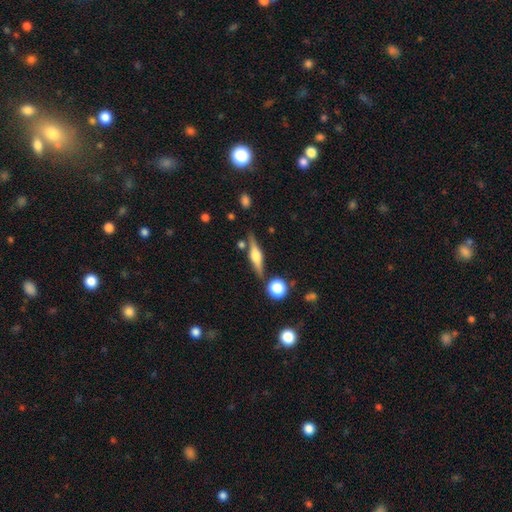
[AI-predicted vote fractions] Smooth or featured?
  - featured or disk: 71% *
  - smooth: 22%
  - star or artifact: 7%
Edge-on disk?
  - yes: 97% *
  - no: 3%
Edge-on bulge?
  - rounded: 87% *
  - boxy: 11%
  - none: 2%
Merging?
  - none: 82% *
  - minor disturbance: 10%
  - merger: 6%
  - major disturbance: 3%